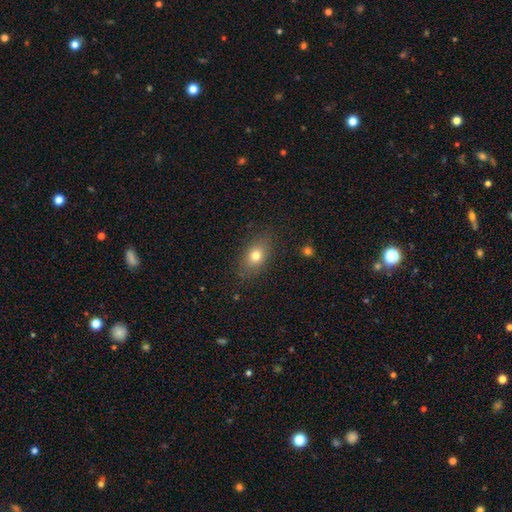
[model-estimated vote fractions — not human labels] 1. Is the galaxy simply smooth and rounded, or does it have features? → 76% smooth, 13% featured or disk, 11% star or artifact.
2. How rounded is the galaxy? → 77% in between, 19% round, 4% cigar-shaped.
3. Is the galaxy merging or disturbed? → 84% none, 11% minor disturbance, 3% major disturbance, 1% merger.